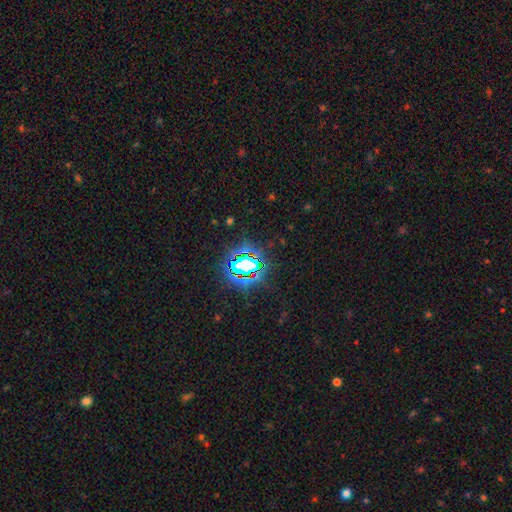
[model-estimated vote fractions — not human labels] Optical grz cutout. It shows a star or artifact, not a galaxy (81%).